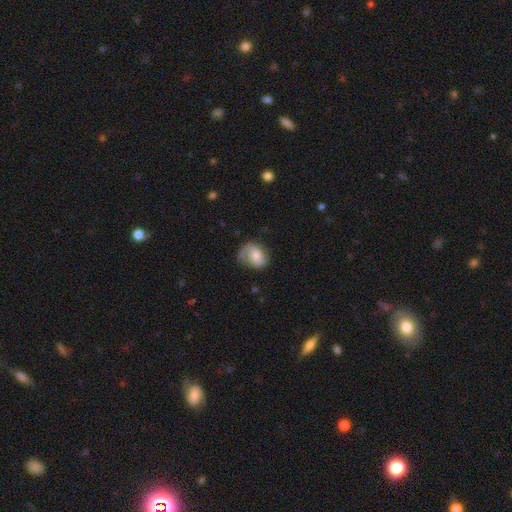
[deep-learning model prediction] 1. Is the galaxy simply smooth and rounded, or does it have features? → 54% featured or disk, 39% smooth, 7% star or artifact.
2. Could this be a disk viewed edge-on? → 97% no, 3% yes.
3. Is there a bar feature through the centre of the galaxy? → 58% no, 34% weak, 9% strong.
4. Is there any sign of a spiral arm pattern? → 87% yes, 13% no.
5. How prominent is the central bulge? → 45% small, 42% moderate, 6% none, 5% large, 1% dominant.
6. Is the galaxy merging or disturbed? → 55% none, 26% minor disturbance, 17% major disturbance, 2% merger.